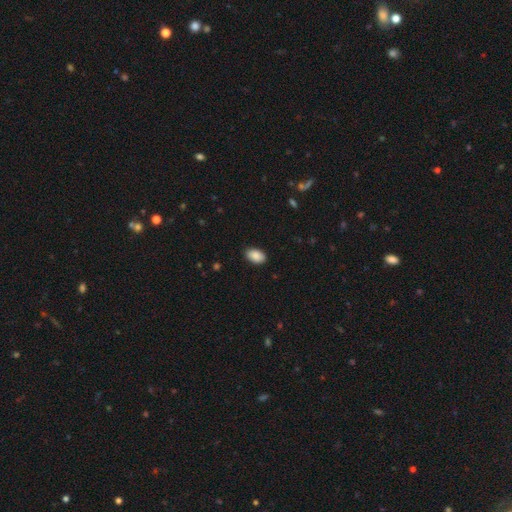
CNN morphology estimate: This is clearly a smooth galaxy (89%). How rounded: clearly in between (92%). Merging: clearly none (88%).